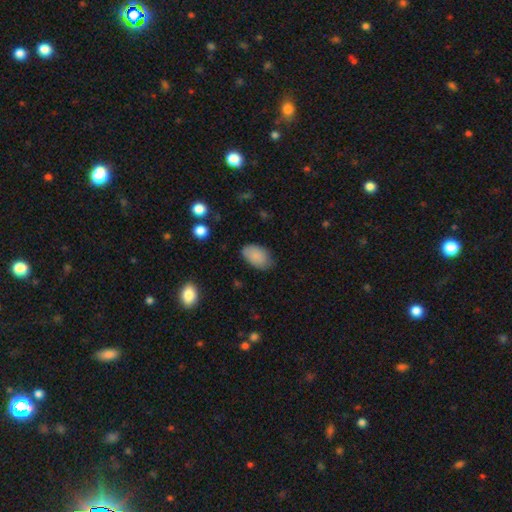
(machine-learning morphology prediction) smooth 86%, star or artifact 7%, featured or disk 6%. Down the decision tree: how rounded — in between (92%); merging — none (73%).